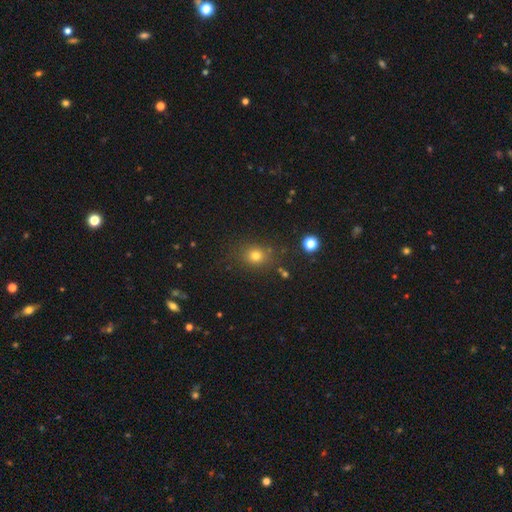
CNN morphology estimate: This appears to be a smooth galaxy with no disk features (76%) that is round (73%). Merging: none (79%).